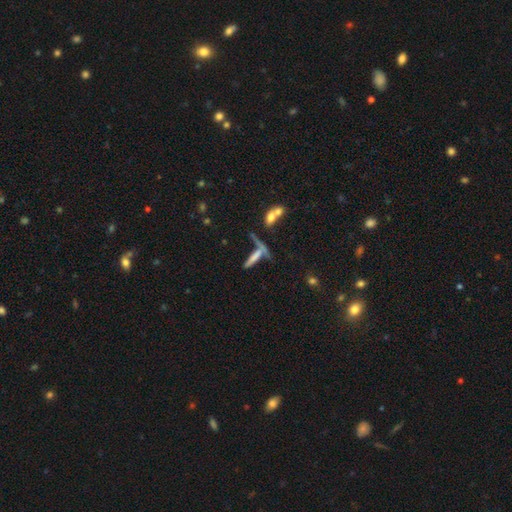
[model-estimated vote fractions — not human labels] smooth 55%, featured or disk 32%, star or artifact 13%. Down the decision tree: how rounded — cigar-shaped (83%); merging — none (39%).